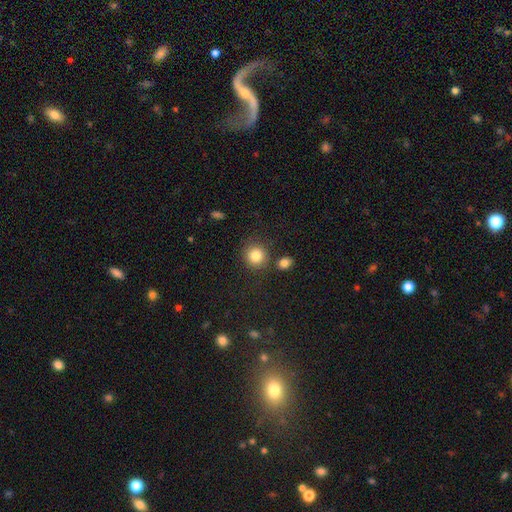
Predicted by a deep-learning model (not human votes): This is clearly a smooth galaxy (84%). How rounded: clearly round (88%). Merging: clearly none (81%).